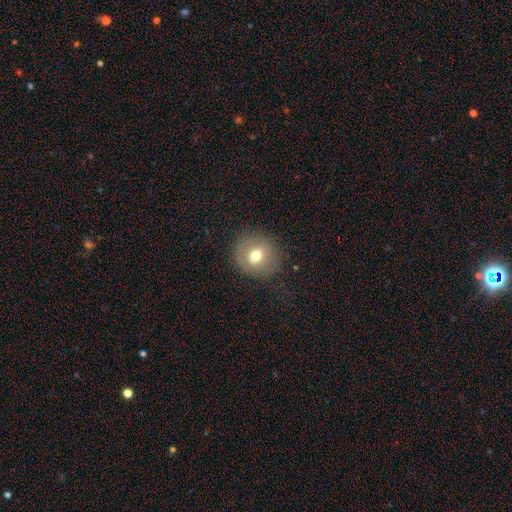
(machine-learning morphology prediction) This appears to be a smooth galaxy with no disk features (67%) that is round (83%). Merging: none (82%).